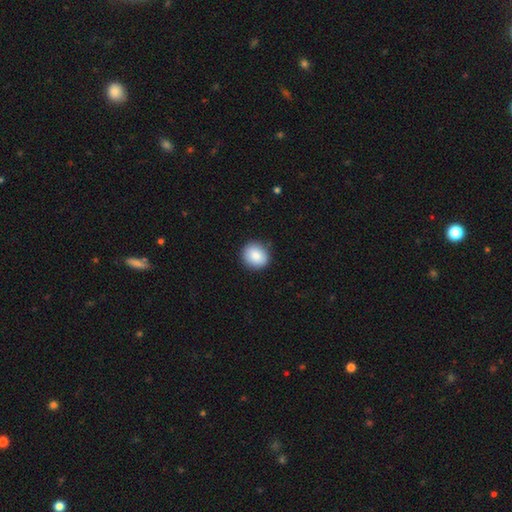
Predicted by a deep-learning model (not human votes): This appears to be a smooth galaxy with no disk features (87%) that is round (81%). Merging: none (88%).